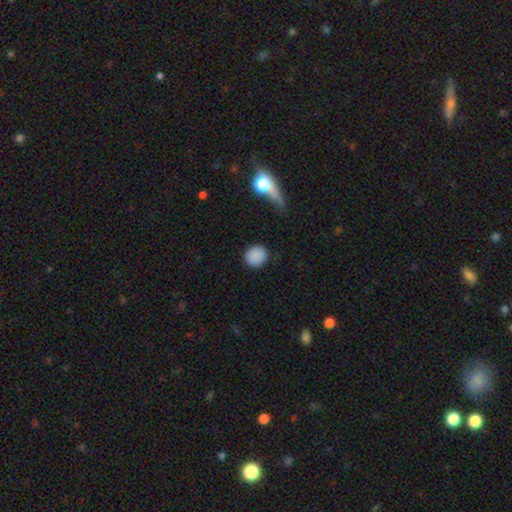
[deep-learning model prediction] This appears to be a smooth galaxy with no disk features (87%) that is round (87%). Merging: none (86%).